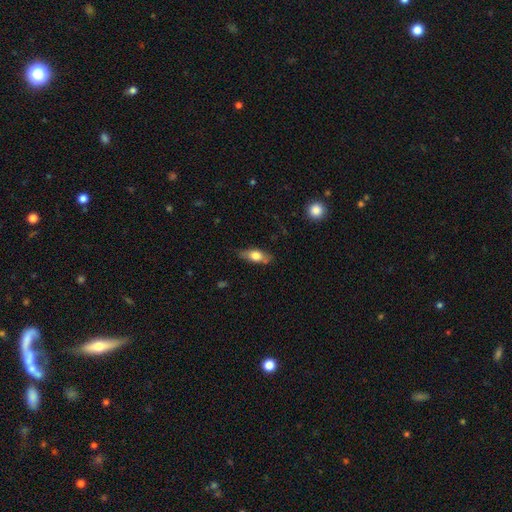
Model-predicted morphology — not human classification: smooth_or_featured: smooth (p=0.66) [alt: featured or disk p=0.28]
how_rounded: in between (p=0.75) [alt: cigar-shaped p=0.21]
merging: none (p=0.77) [alt: minor disturbance p=0.18]